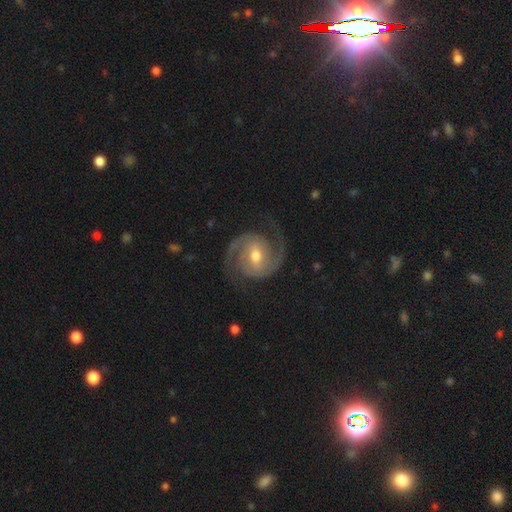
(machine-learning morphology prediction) Overall: featured or disk (91%). Edge-on disk: no (98%). Bar: weak (49%; no 31%). Spiral arms: yes (98%). Spiral arm count: 2 (93%). Spiral winding: medium (55%; tight 32%). Bulge size: moderate (72%). Merging: none (82%).